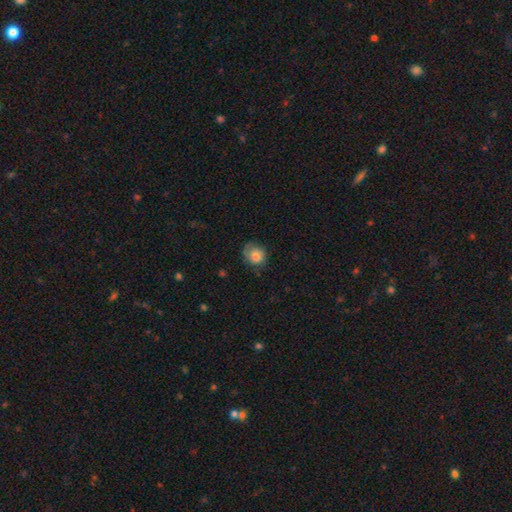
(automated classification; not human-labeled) smooth-or-featured: smooth: 78% | featured or disk: 13% | star or artifact: 8%
  how-rounded: round: 71% | in between: 28% | cigar-shaped: 1%
  merging: none: 62% | minor disturbance: 28% | major disturbance: 9% | merger: 1%